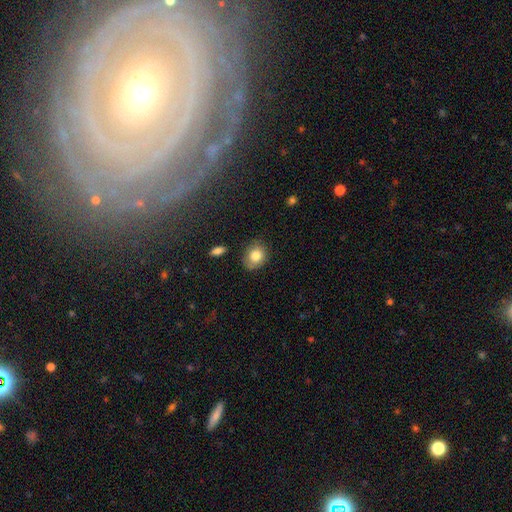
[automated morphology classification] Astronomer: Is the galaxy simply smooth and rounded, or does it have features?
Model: smooth — 81%.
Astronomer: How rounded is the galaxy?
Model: round — 56% (runner-up: in between, 43%).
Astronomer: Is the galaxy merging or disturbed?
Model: none — 79%.